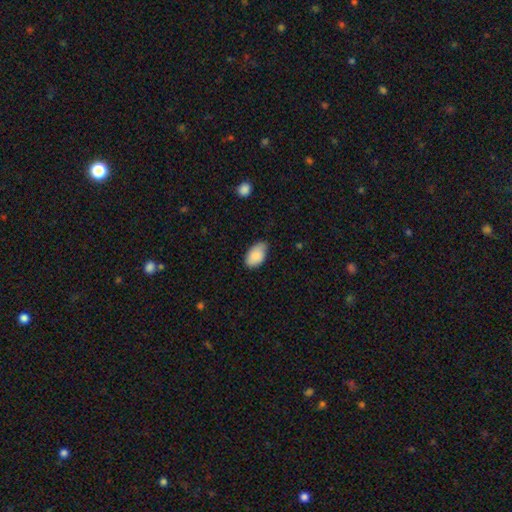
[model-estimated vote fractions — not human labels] Smooth or featured: smooth — 87% (star or artifact — 6%)
How rounded: in between — 94% (round — 5%)
Merging: none — 62% (minor disturbance — 32%)